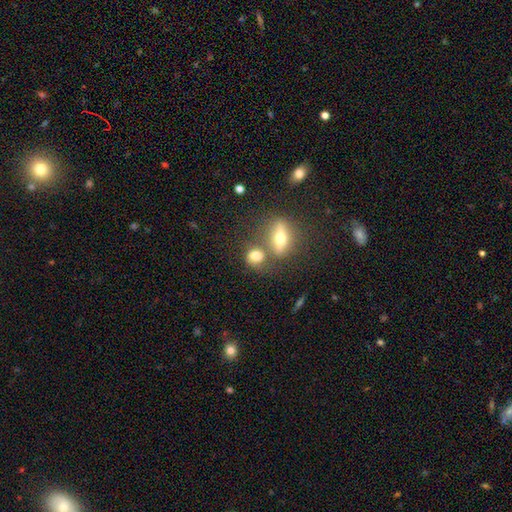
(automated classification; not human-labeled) A smooth galaxy with no disk features (70%) that is round (49%).

Vote fractions:
- Smooth or featured? smooth: 70% / featured or disk: 19% / star or artifact: 11%
- How rounded? round: 49% / in between: 45% / cigar-shaped: 5%
- Merging? none: 49% / merger: 34% / minor disturbance: 11% / major disturbance: 6%